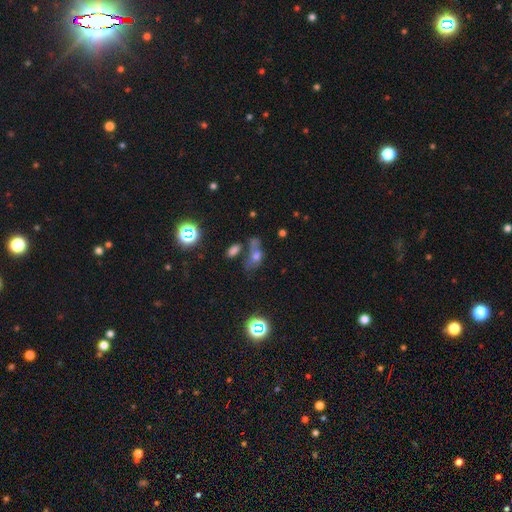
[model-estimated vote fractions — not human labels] Smooth or featured: smooth — 49% (star or artifact — 25%)
Merging: none — 31% (tied with merger — 31%)